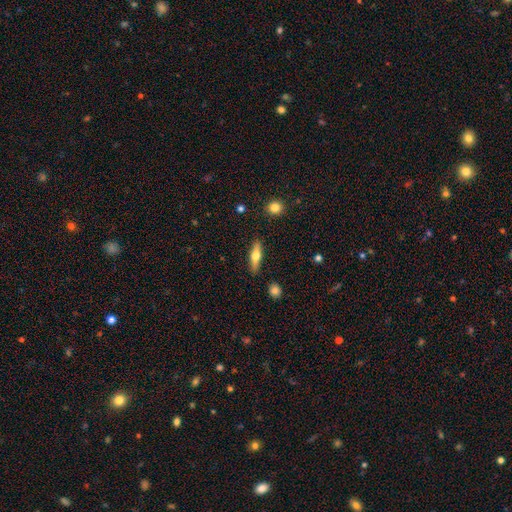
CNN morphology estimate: Smooth or featured: smooth — 51% (featured or disk — 43%)
How rounded: cigar-shaped — 64% (in between — 33%)
Merging: none — 88% (minor disturbance — 9%)